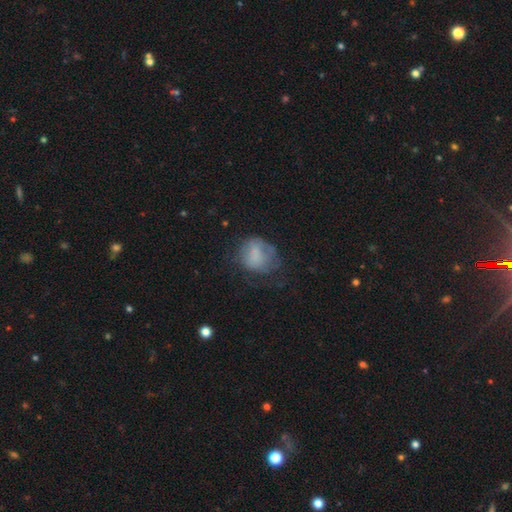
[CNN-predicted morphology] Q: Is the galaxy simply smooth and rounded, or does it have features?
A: smooth — 62%.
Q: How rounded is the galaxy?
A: round — 63%.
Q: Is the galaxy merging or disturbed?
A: none — 44%.